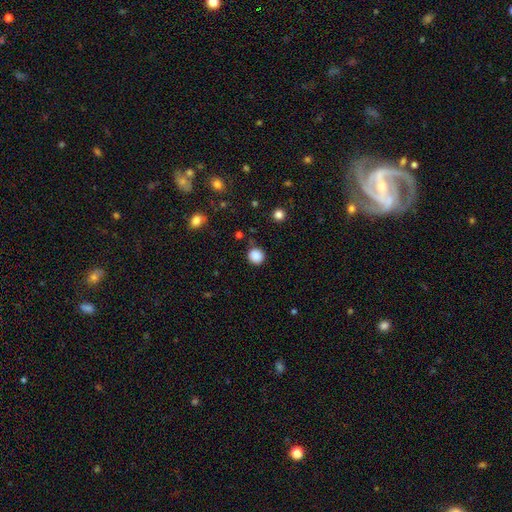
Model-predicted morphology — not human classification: smooth-or-featured: smooth: 86% | star or artifact: 11% | featured or disk: 3%
  how-rounded: round: 92% | in between: 7% | cigar-shaped: 1%
  merging: none: 86% | minor disturbance: 9% | major disturbance: 3% | merger: 2%